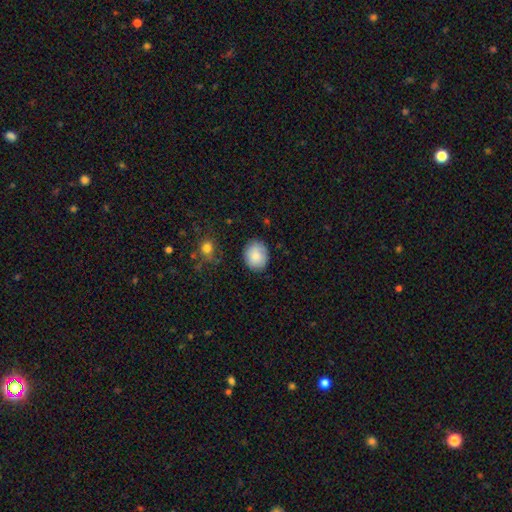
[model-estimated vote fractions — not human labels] A smooth galaxy with no disk features (85%) that is round (62%). Merging: none (84%).